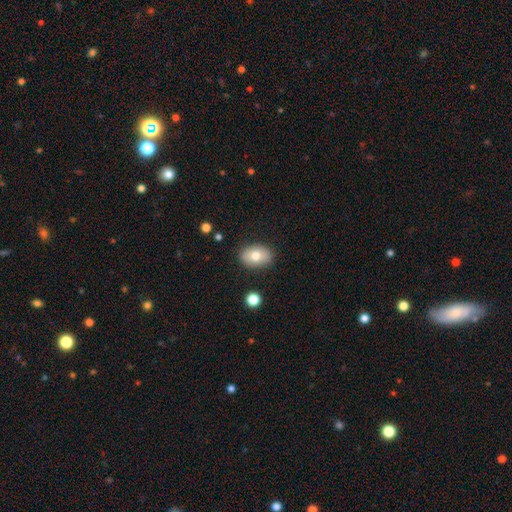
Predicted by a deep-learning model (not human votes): This appears to be a smooth galaxy with no disk features (75%) that is in between round and cigar-shaped (82%). Merging: none (85%).